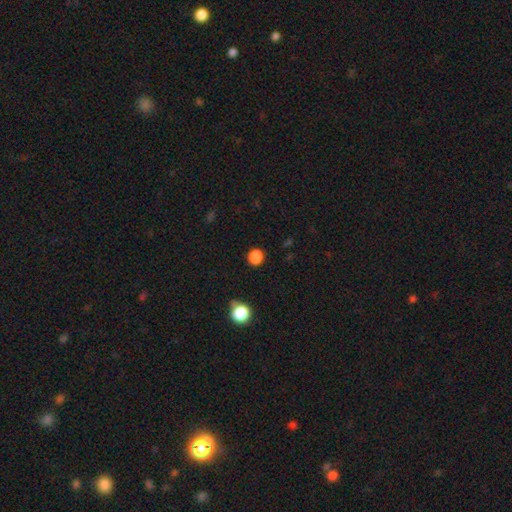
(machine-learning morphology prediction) smooth_or_featured: smooth (p=0.85) [alt: star or artifact p=0.12]
how_rounded: round (p=0.80) [alt: in between p=0.19]
merging: none (p=0.88) [alt: minor disturbance p=0.08]